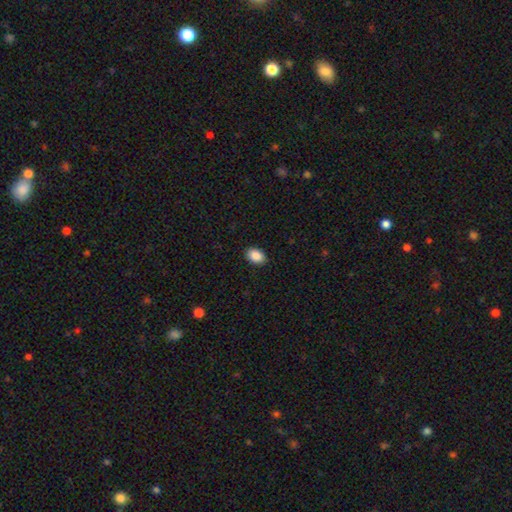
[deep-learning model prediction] smooth 89%, star or artifact 7%, featured or disk 4%. Down the decision tree: how rounded — in between (84%); merging — none (89%).